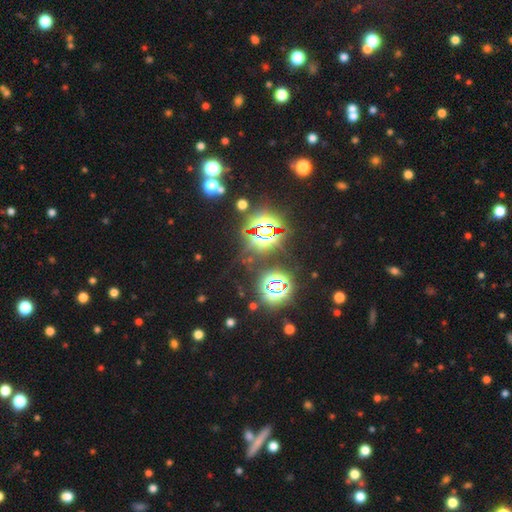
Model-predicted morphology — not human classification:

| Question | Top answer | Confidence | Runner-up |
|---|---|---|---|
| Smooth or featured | star or artifact | 80% | smooth (13%) |